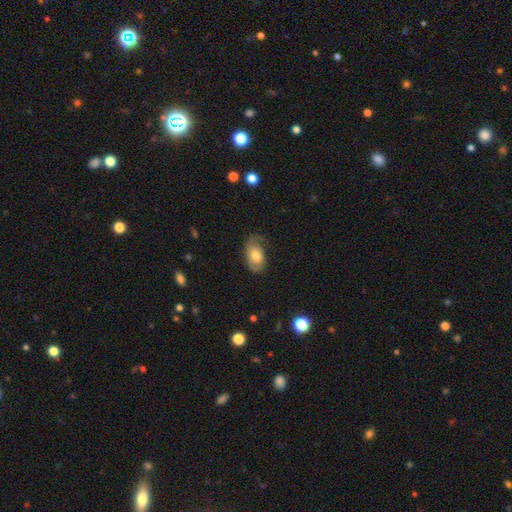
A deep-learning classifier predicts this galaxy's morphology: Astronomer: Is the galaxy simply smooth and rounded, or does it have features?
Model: smooth — 47% (runner-up: featured or disk, 46%).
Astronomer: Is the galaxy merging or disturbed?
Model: none — 58%.